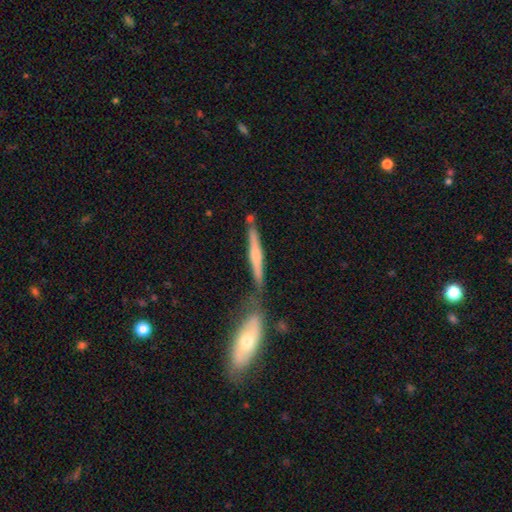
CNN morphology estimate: smooth_or_featured: featured or disk (p=0.52) [alt: smooth p=0.41]
disk_edge_on: yes (p=0.93) [alt: no p=0.07]
merging: none (p=0.60) [alt: merger p=0.21]